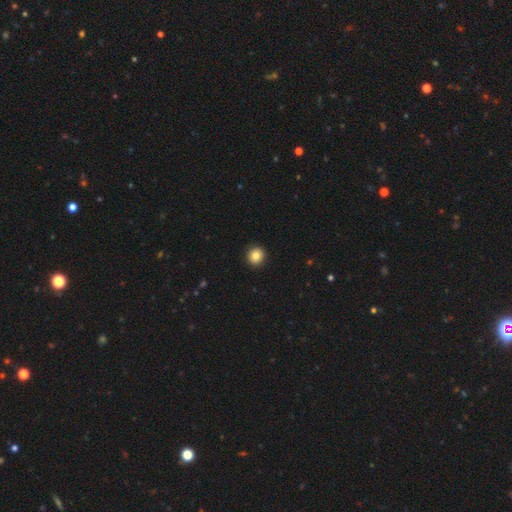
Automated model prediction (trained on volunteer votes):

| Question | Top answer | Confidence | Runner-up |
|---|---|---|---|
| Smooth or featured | smooth | 85% | star or artifact (10%) |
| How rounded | round | 92% | in between (7%) |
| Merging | none | 93% | minor disturbance (5%) |